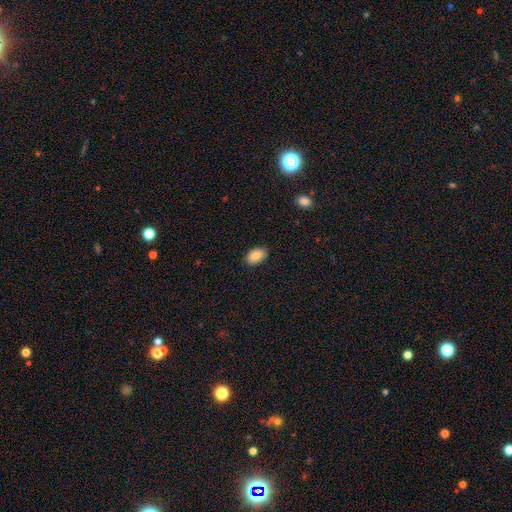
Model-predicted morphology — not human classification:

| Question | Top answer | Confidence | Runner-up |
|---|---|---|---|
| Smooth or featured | smooth | 87% | star or artifact (7%) |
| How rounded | in between | 93% | round (6%) |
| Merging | none | 87% | minor disturbance (10%) |